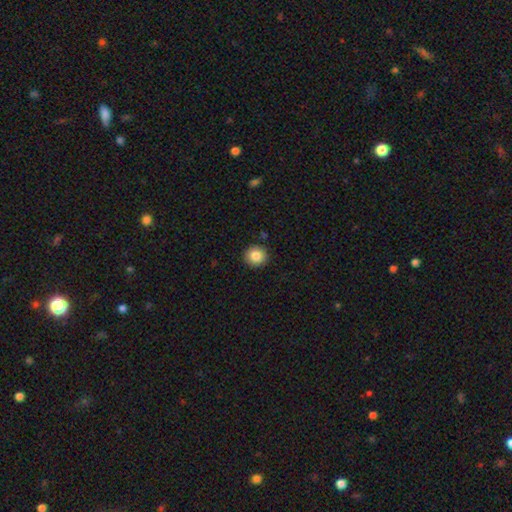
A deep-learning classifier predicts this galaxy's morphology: Smooth or featured: smooth — 85% (star or artifact — 9%)
How rounded: round — 92% (in between — 8%)
Merging: none — 91% (minor disturbance — 6%)